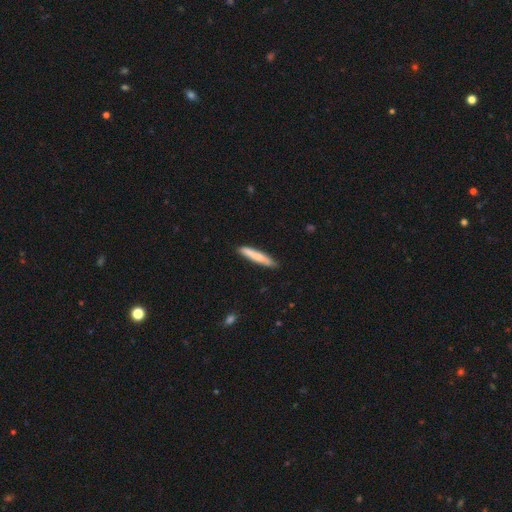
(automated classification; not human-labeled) This appears to be a smooth galaxy with no disk features (76%) that is cigar-shaped (93%). Merging: none (86%).